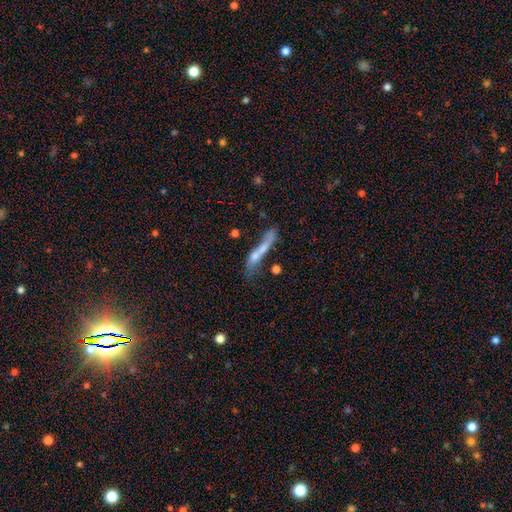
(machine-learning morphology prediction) Smooth or featured? Predicted: smooth (p=0.50). Merging? Predicted: merger (p=0.32).